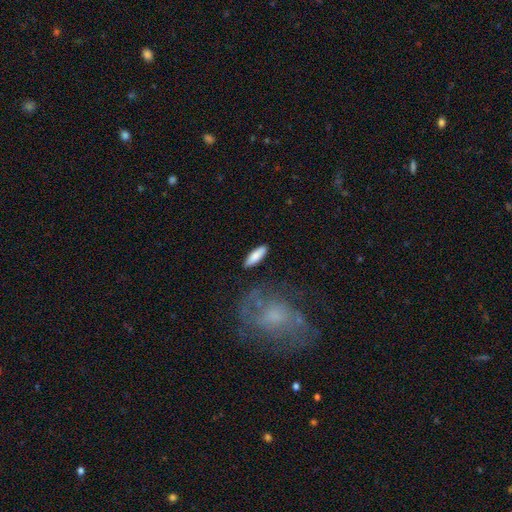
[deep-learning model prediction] Overall: smooth (83%). How rounded: cigar-shaped (56%; in between 42%). Merging: none (85%).